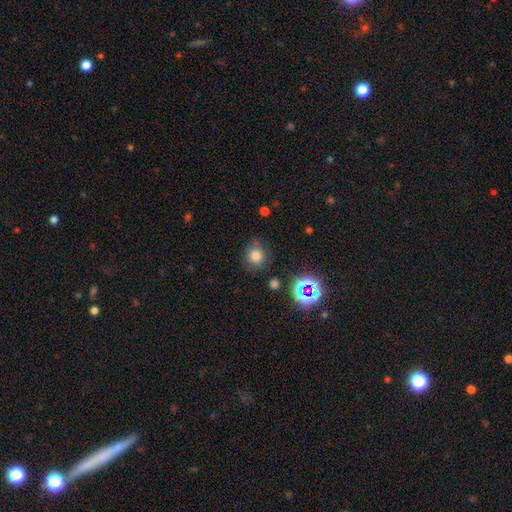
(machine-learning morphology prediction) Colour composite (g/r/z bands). It shows a smooth galaxy with no disk features (75%) that is round (86%). Merging: none (76%).